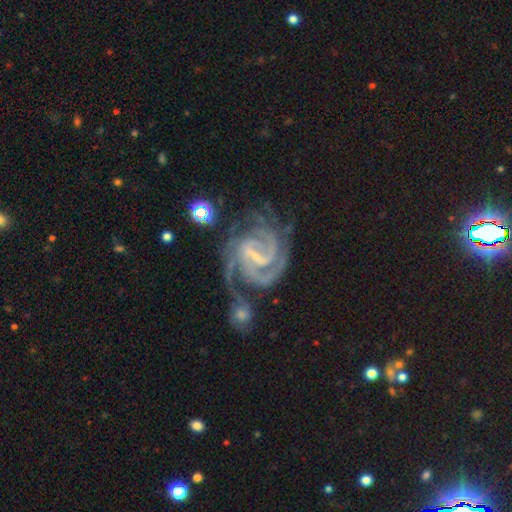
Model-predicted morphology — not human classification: Overall: featured or disk (91%). Edge-on disk: no (98%). Bar: weak (44%; strong 43%). Spiral arms: yes (98%). Spiral arm count: 2 (38%; 3 30%). Spiral winding: tight (55%; medium 39%). Bulge size: small (62%). Merging: none (51%; minor disturbance 20%).